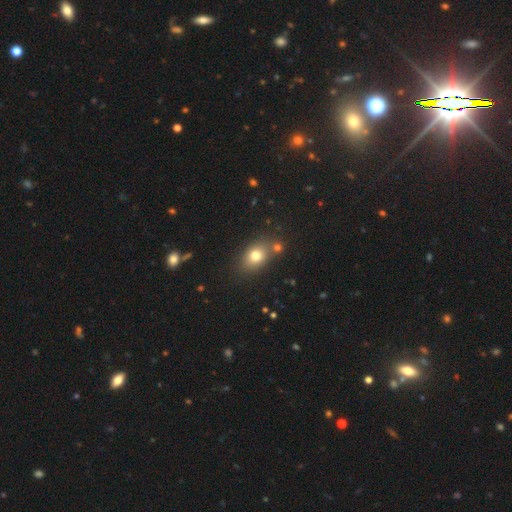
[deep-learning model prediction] This is likely a smooth galaxy (77%). How rounded: likely in between (71%). Merging: likely none (70%).